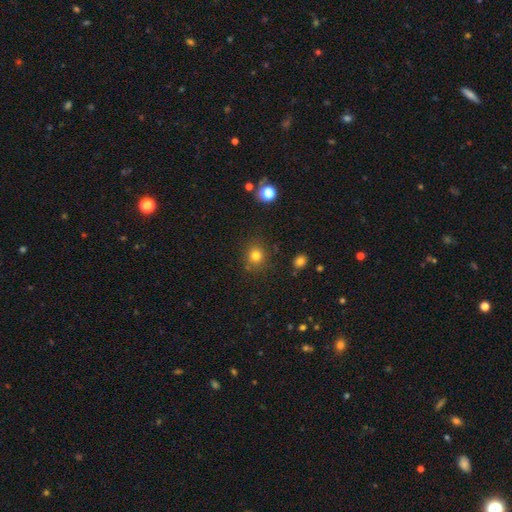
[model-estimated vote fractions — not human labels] Smooth or featured: smooth — 78% (star or artifact — 15%)
How rounded: round — 83% (in between — 16%)
Merging: none — 81% (minor disturbance — 11%)